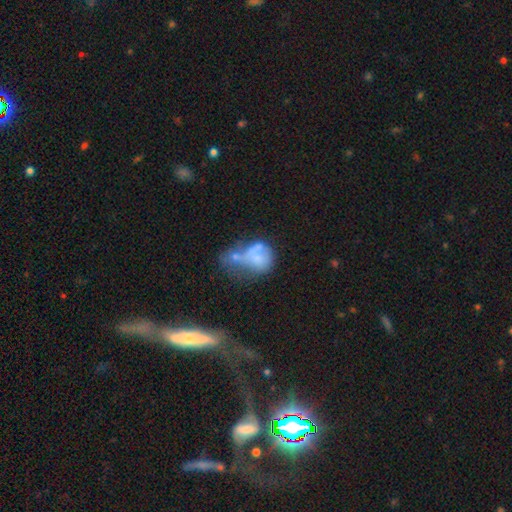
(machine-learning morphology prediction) Smooth or featured?
  - smooth: 51% *
  - featured or disk: 36%
  - star or artifact: 12%
How rounded?
  - round: 50% *
  - in between: 48%
  - cigar-shaped: 2%
Merging?
  - merger: 43% *
  - major disturbance: 28%
  - none: 16%
  - minor disturbance: 13%